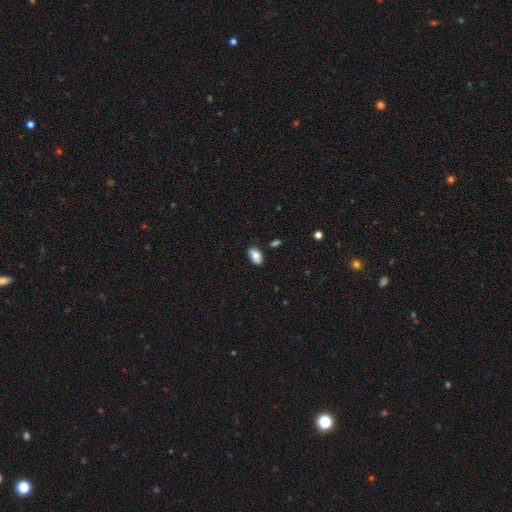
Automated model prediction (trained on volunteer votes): Smooth or featured? Predicted: smooth (p=0.81). How rounded? Predicted: in between (p=0.92). Merging? Predicted: none (p=0.83).